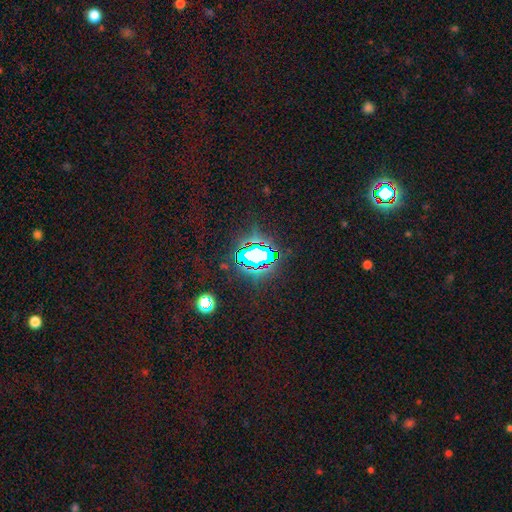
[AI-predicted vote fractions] The model was most divided on "smooth or featured": star or artifact: 71%, smooth: 17%, featured or disk: 12%.